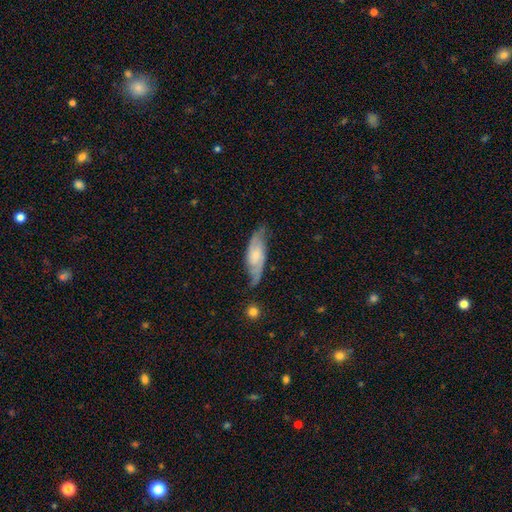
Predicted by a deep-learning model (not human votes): This is likely a featured or disk galaxy (66%). It is clearly not viewed edge-on (84%). Bar: possibly no (55%). Spiral arm pattern: clearly yes (91%). Central bulge: possibly small (47%). Merging: likely none (65%).